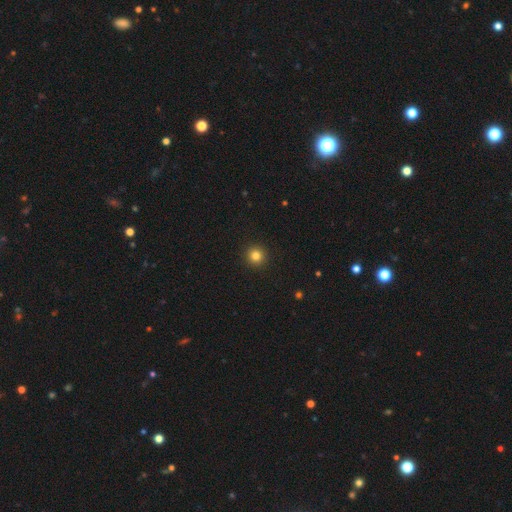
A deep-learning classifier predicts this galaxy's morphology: Smooth or featured? smooth (81%)
How rounded? round (96%)
Merging? none (94%)